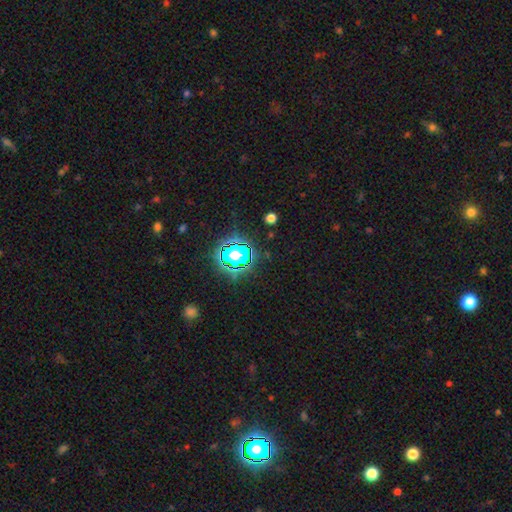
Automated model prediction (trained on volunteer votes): Smooth or featured? Predicted: star or artifact (p=0.79).